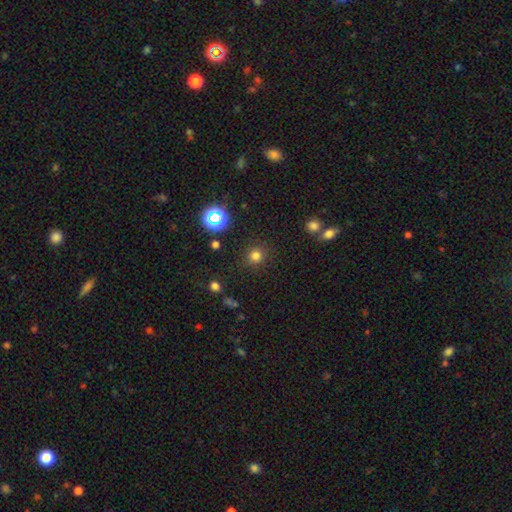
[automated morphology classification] smooth-or-featured: smooth: 73% | star or artifact: 21% | featured or disk: 6%
  how-rounded: round: 91% | in between: 8% | cigar-shaped: 1%
  merging: none: 86% | minor disturbance: 8% | major disturbance: 4% | merger: 2%